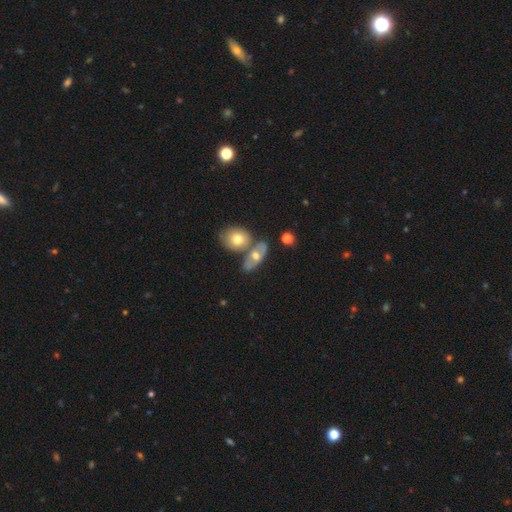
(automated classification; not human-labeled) Morphology: type=smooth (50%); merging=none (49%).